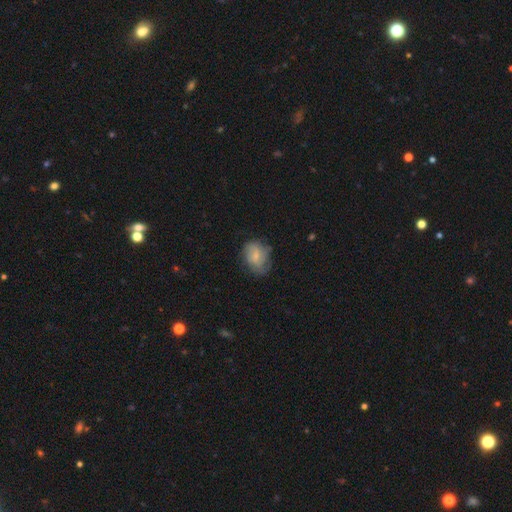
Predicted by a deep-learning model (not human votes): smooth_or_featured: smooth (p=0.61) [alt: featured or disk p=0.31]
how_rounded: in between (p=0.63) [alt: round p=0.36]
merging: none (p=0.58) [alt: minor disturbance p=0.30]